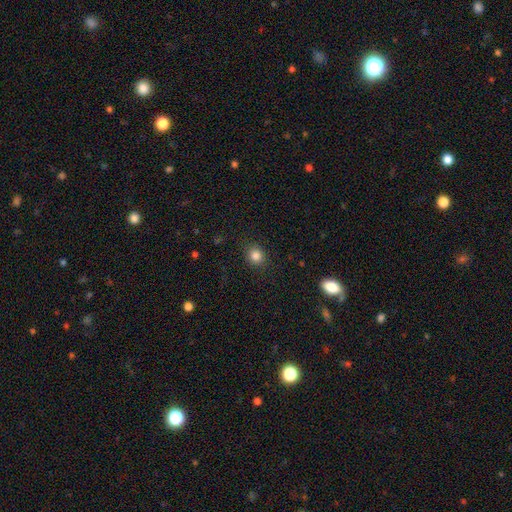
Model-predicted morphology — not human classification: A smooth galaxy with no disk features (84%) that is round (80%). Merging: none (88%).